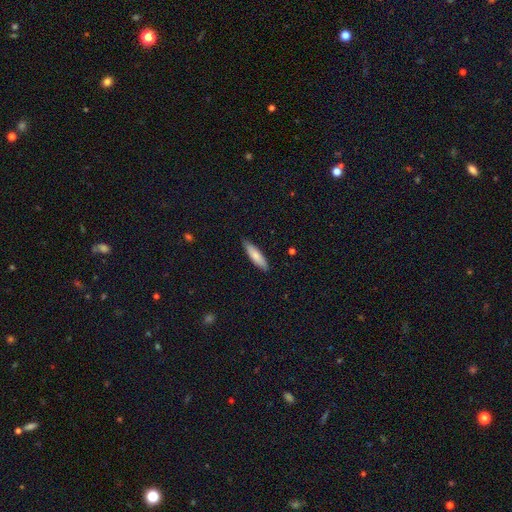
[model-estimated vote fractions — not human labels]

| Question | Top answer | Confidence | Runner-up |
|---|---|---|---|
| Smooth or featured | smooth | 79% | featured or disk (16%) |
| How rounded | cigar-shaped | 68% | in between (31%) |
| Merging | none | 87% | minor disturbance (10%) |